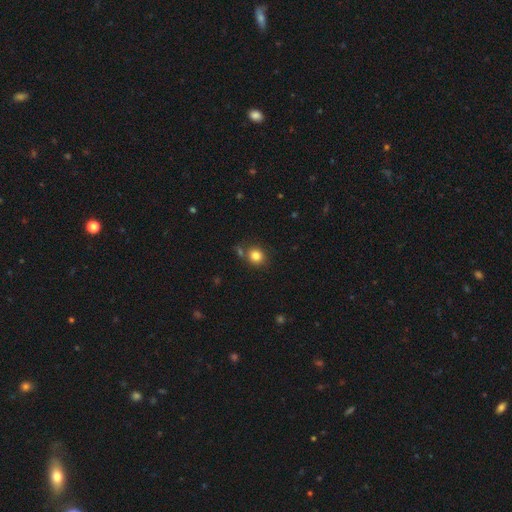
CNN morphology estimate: This appears to be a smooth galaxy with no disk features (83%) that is round (82%). Merging: none (73%).